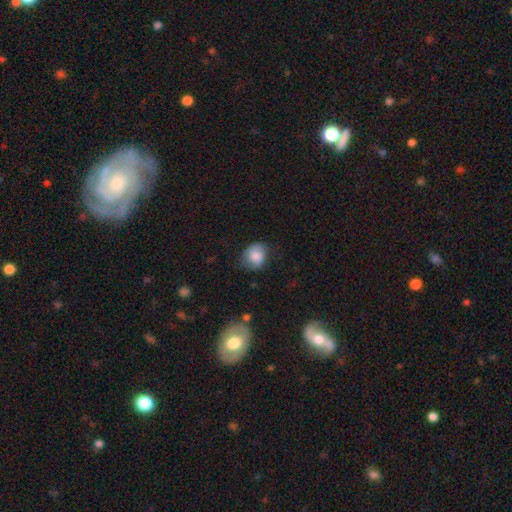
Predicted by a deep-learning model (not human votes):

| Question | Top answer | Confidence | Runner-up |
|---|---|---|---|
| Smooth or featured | smooth | 73% | featured or disk (19%) |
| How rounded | round | 55% | in between (44%) |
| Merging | none | 61% | minor disturbance (28%) |